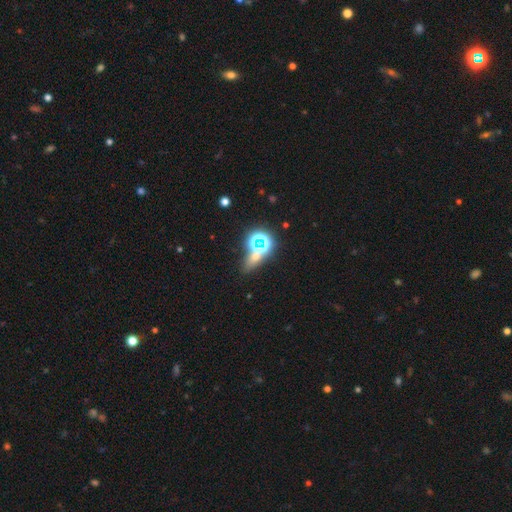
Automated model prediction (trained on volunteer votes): A star or artifact, not a galaxy (50%).

Vote fractions:
- Smooth or featured? star or artifact: 50% / smooth: 38% / featured or disk: 12%